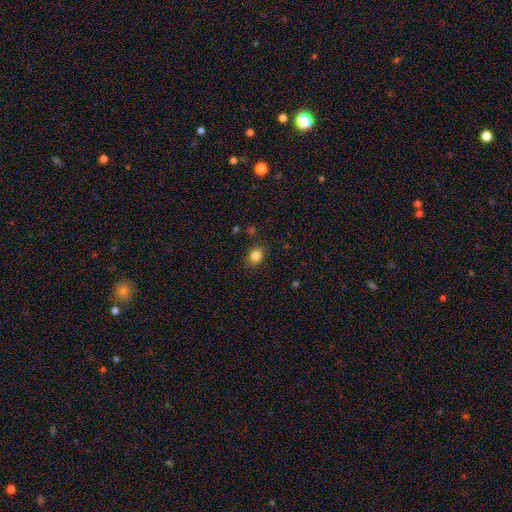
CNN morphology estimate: A smooth galaxy with no disk features (82%) that is round (65%).

Vote fractions:
- Smooth or featured? smooth: 82% / star or artifact: 12% / featured or disk: 6%
- How rounded? round: 65% / in between: 34% / cigar-shaped: 1%
- Merging? none: 84% / minor disturbance: 12% / major disturbance: 3% / merger: 2%